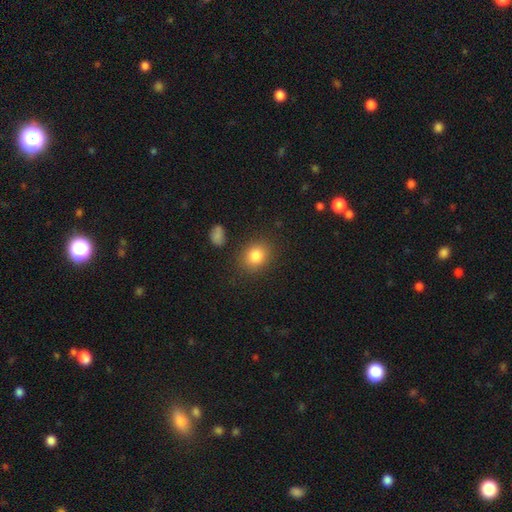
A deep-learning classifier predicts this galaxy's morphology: smooth-or-featured: smooth: 83% | star or artifact: 10% | featured or disk: 7%
  how-rounded: round: 57% | in between: 42% | cigar-shaped: 1%
  merging: none: 84% | minor disturbance: 10% | major disturbance: 4% | merger: 3%